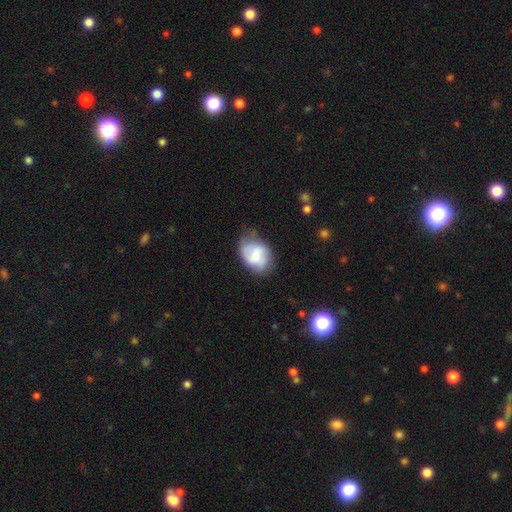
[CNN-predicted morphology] type=smooth (58%); roundness=in between (68%); merging=none (55%).